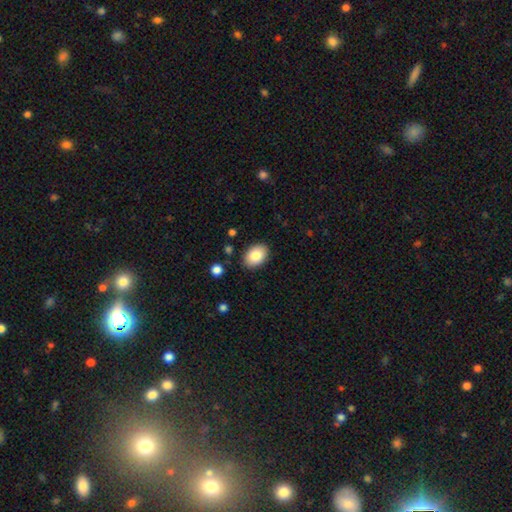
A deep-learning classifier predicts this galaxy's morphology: A smooth galaxy with no disk features (85%) that is in between round and cigar-shaped (81%).

Vote fractions:
- Smooth or featured? smooth: 85% / featured or disk: 8% / star or artifact: 7%
- How rounded? in between: 81% / round: 18% / cigar-shaped: 1%
- Merging? none: 87% / minor disturbance: 9% / major disturbance: 2% / merger: 1%